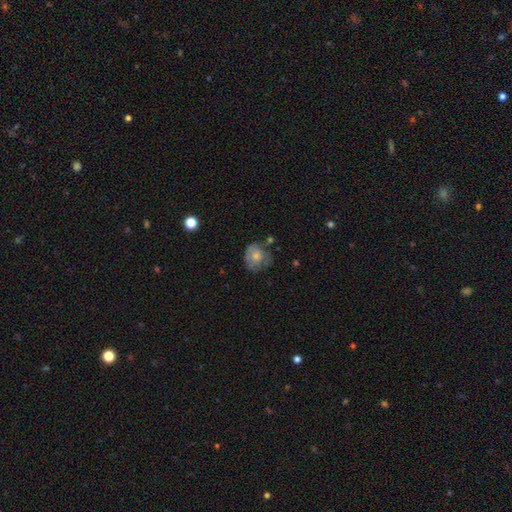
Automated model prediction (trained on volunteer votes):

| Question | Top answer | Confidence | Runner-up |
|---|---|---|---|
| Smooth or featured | smooth | 62% | featured or disk (30%) |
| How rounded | round | 69% | in between (30%) |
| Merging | none | 50% | minor disturbance (30%) |